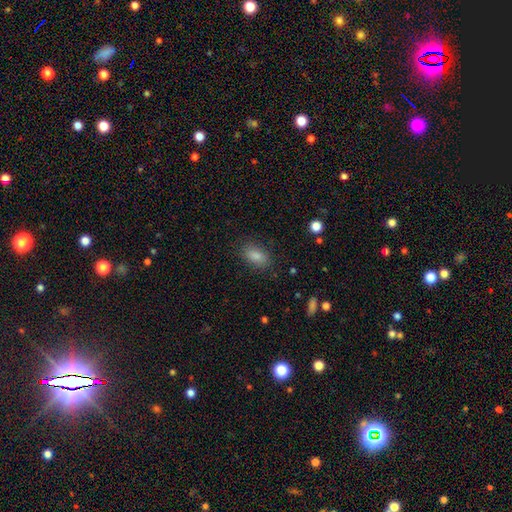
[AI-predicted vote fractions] This is clearly a smooth galaxy (82%). How rounded: clearly in between (88%). Merging: clearly none (86%).